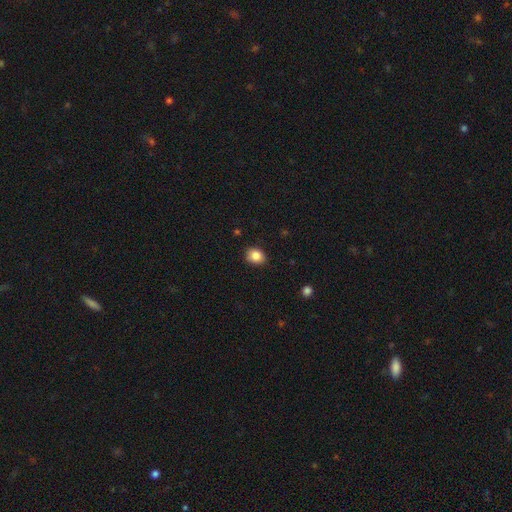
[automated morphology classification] Smooth or featured?
  - smooth: 86% *
  - star or artifact: 9%
  - featured or disk: 5%
How rounded?
  - in between: 51% *
  - round: 48%
  - cigar-shaped: 1%
Merging?
  - none: 86% *
  - minor disturbance: 11%
  - major disturbance: 2%
  - merger: 1%